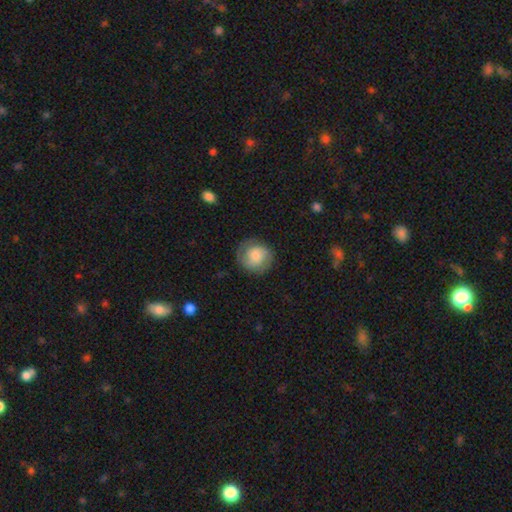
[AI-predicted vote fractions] Overall: smooth (59%; featured or disk 33%). How rounded: round (86%). Merging: none (79%).